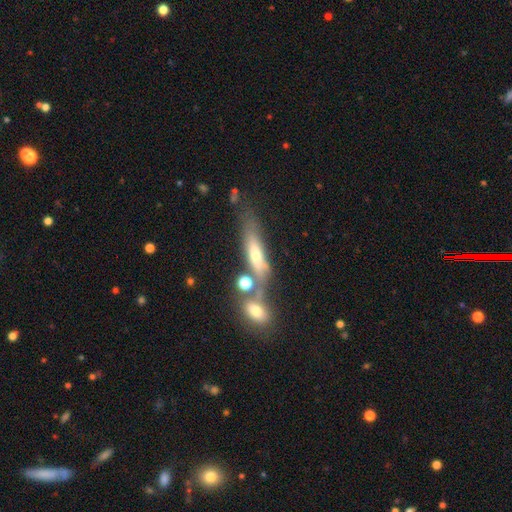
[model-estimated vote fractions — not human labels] smooth_or_featured: featured or disk (p=0.47) [alt: smooth p=0.42]
merging: none (p=0.46) [alt: merger p=0.30]